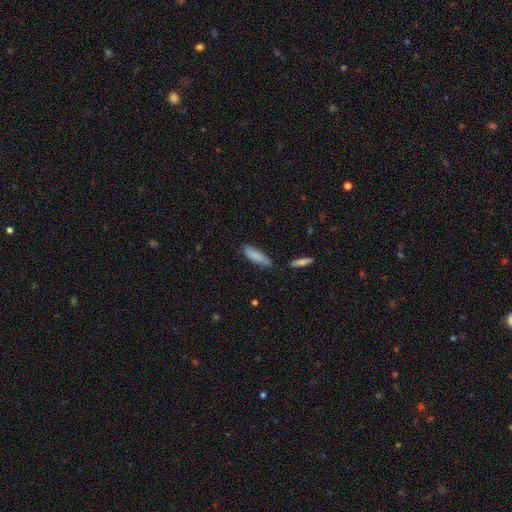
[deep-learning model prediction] smooth 85%, featured or disk 9%, star or artifact 6%. Down the decision tree: how rounded — cigar-shaped (54%); merging — none (79%).